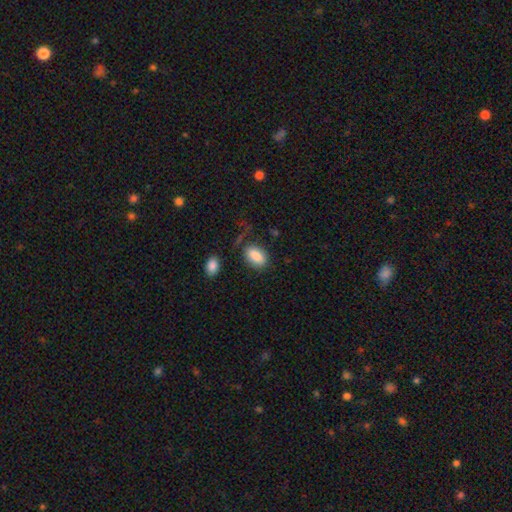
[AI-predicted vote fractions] A smooth galaxy with no disk features (86%) that is in between round and cigar-shaped (90%).

Vote fractions:
- Smooth or featured? smooth: 86% / star or artifact: 8% / featured or disk: 6%
- How rounded? in between: 90% / round: 8% / cigar-shaped: 2%
- Merging? none: 73% / minor disturbance: 16% / major disturbance: 7% / merger: 4%